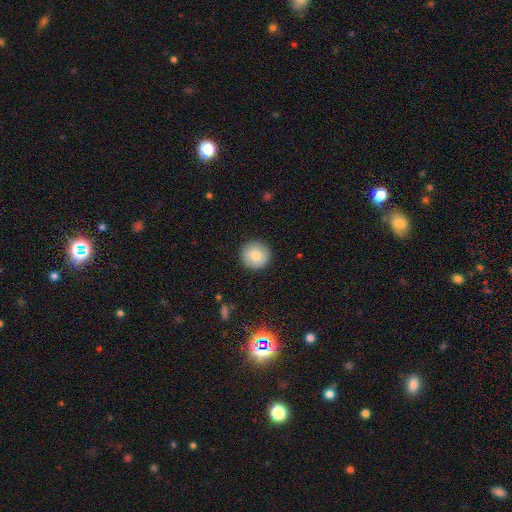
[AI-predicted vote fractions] smooth 80%, featured or disk 12%, star or artifact 8%. Down the decision tree: how rounded — round (96%); merging — none (91%).